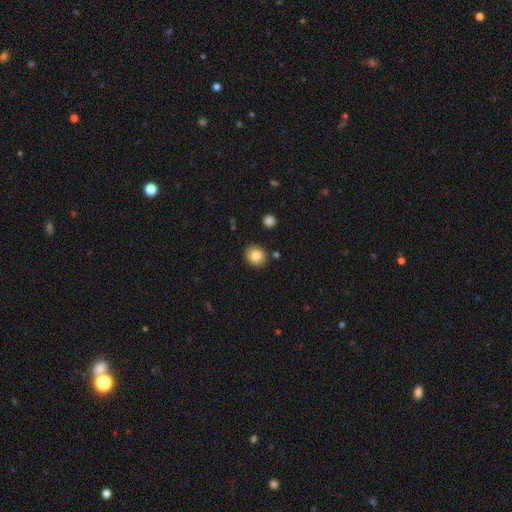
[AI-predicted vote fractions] Morphology: type=smooth (84%); roundness=round (86%); merging=none (88%).